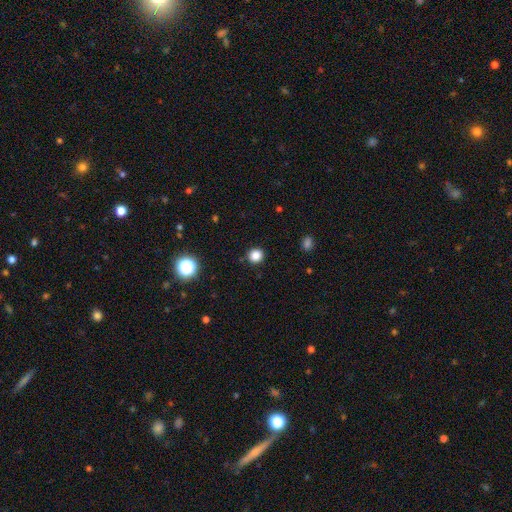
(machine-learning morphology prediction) smooth_or_featured: smooth (p=0.84) [alt: star or artifact p=0.13]
how_rounded: round (p=0.92) [alt: in between p=0.07]
merging: none (p=0.90) [alt: minor disturbance p=0.06]